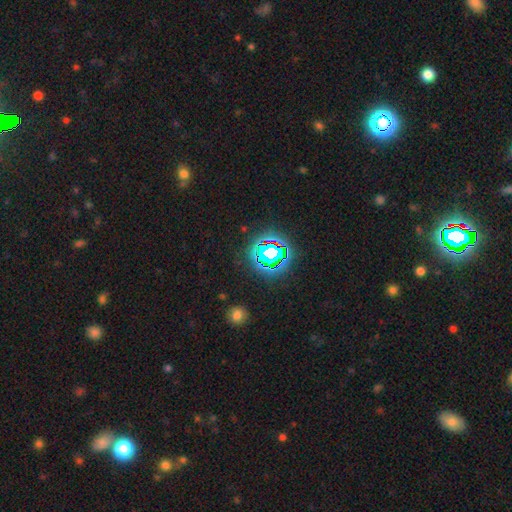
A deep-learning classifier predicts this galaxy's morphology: The model was most divided on "smooth or featured": star or artifact: 79%, smooth: 14%, featured or disk: 7%.